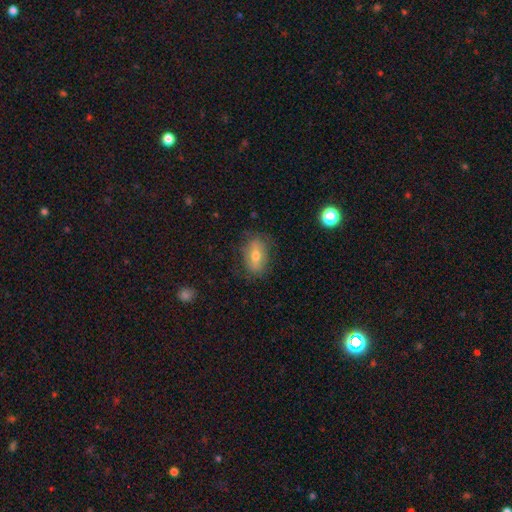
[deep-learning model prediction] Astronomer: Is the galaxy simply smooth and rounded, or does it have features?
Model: smooth — 62%.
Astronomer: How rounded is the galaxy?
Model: in between — 84%.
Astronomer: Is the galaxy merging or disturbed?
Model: none — 77%.